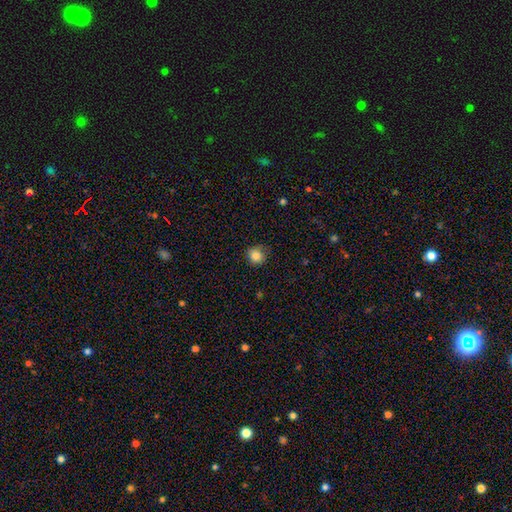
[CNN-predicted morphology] A smooth galaxy with no disk features (84%) that is round (88%).

Vote fractions:
- Smooth or featured? smooth: 84% / star or artifact: 11% / featured or disk: 5%
- How rounded? round: 88% / in between: 11% / cigar-shaped: 1%
- Merging? none: 78% / minor disturbance: 17% / major disturbance: 4% / merger: 1%